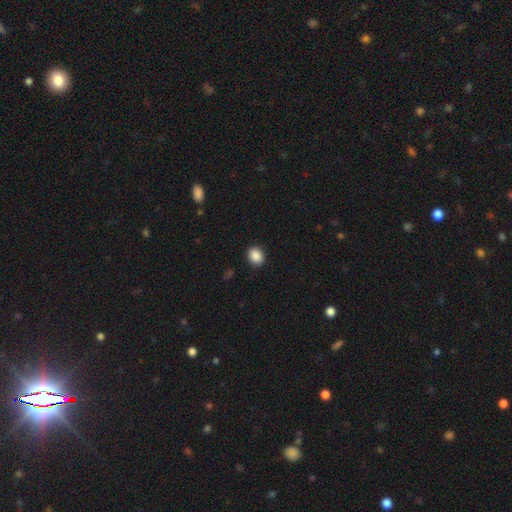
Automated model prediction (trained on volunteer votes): smooth-or-featured: smooth: 89% | star or artifact: 8% | featured or disk: 3%
  how-rounded: round: 61% | in between: 38% | cigar-shaped: 1%
  merging: none: 91% | minor disturbance: 6% | major disturbance: 2% | merger: 1%